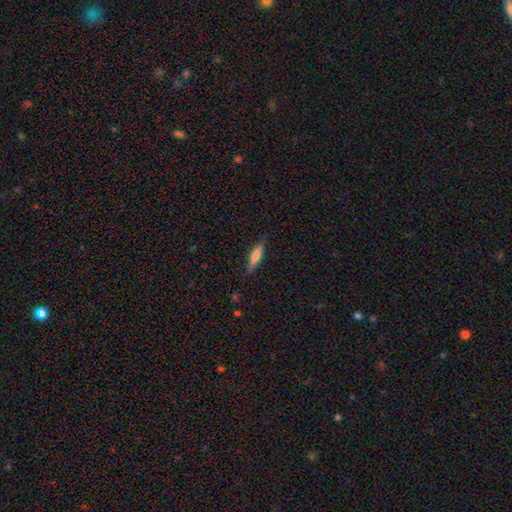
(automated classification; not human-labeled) Morphology: type=smooth (71%); roundness=cigar-shaped (77%); merging=none (85%).